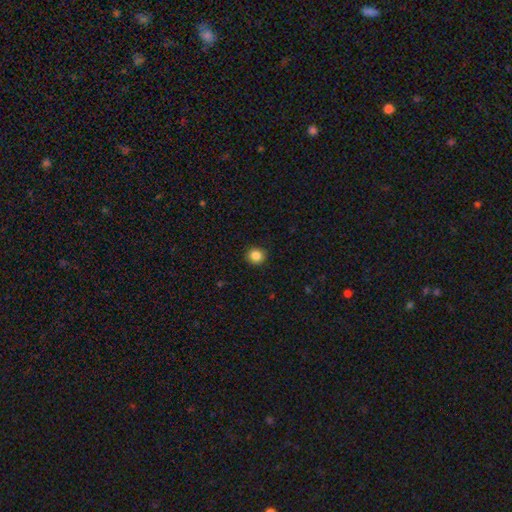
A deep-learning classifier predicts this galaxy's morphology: type=smooth (86%); roundness=round (90%); merging=none (91%).